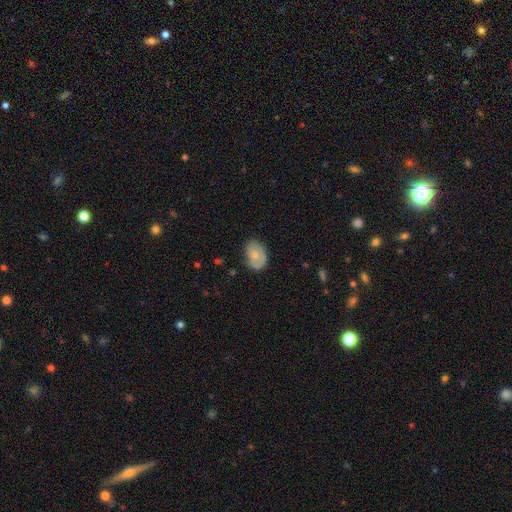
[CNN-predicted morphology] The model was most divided on "smooth or featured": smooth: 70%, featured or disk: 23%, star or artifact: 7%. More confident: how rounded — in between (81%); merging — none (70%).